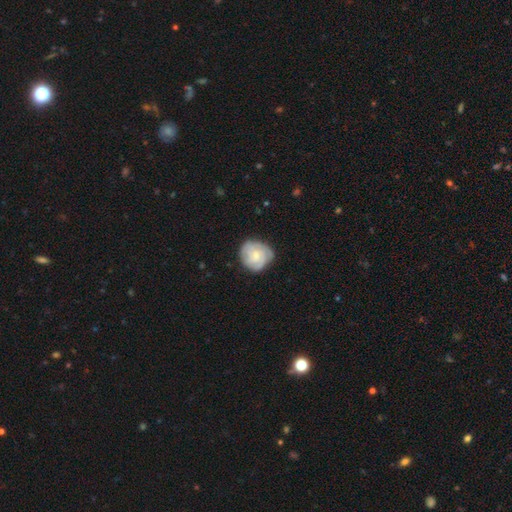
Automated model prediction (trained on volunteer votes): Smooth or featured: featured or disk — 59% (smooth — 35%)
Edge-on disk: no — 98% (yes — 2%)
Bar: no — 74% (weak — 23%)
Spiral arms: yes — 87% (no — 13%)
Spiral winding: tight — 66% (medium — 27%)
Spiral arm count: can't tell — 37% (3 — 28%)
Bulge size: small — 57% (moderate — 34%)
Merging: none — 73% (minor disturbance — 21%)